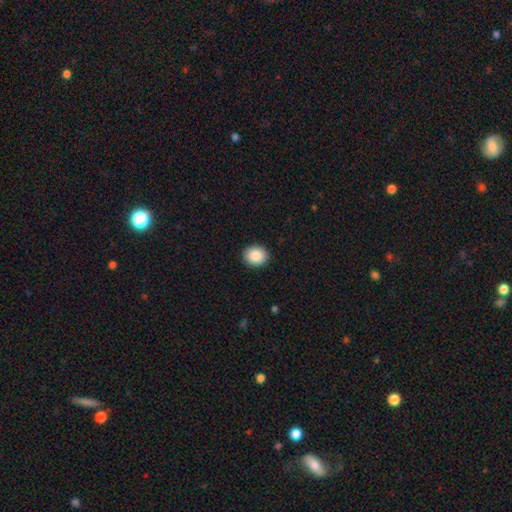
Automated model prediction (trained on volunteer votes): This appears to be a smooth galaxy with no disk features (88%) that is round (65%). Merging: none (91%).